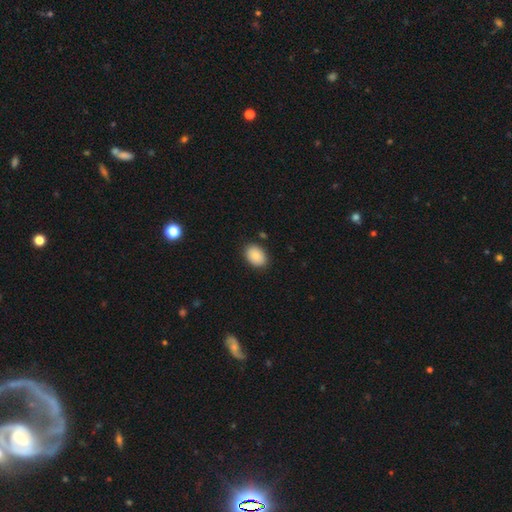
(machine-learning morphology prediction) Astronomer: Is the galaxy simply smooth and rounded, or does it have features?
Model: smooth — 86%.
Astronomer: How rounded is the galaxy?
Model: in between — 79%.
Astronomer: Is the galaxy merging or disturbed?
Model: none — 86%.